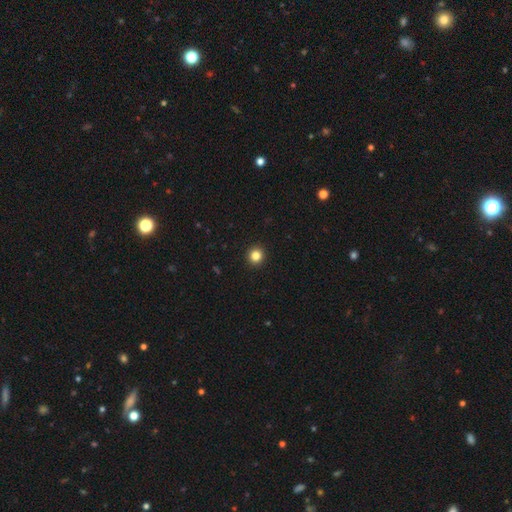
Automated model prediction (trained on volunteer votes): Q: Smooth or featured?
A: smooth (84%); runner-up: star or artifact (12%)
Q: How rounded?
A: round (93%); runner-up: in between (6%)
Q: Merging?
A: none (94%); runner-up: minor disturbance (4%)